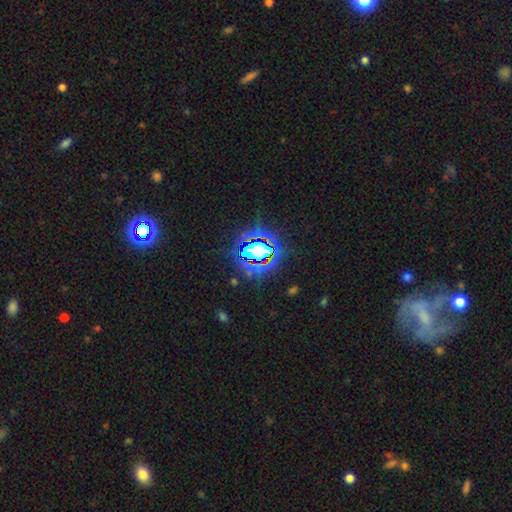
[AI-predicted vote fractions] Smooth or featured? Predicted: star or artifact (p=0.78).